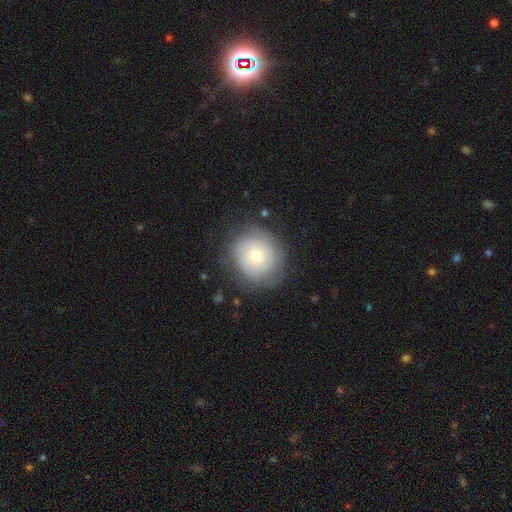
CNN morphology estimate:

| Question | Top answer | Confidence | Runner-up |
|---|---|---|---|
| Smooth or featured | smooth | 54% | featured or disk (38%) |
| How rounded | round | 86% | in between (13%) |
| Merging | none | 75% | minor disturbance (17%) |